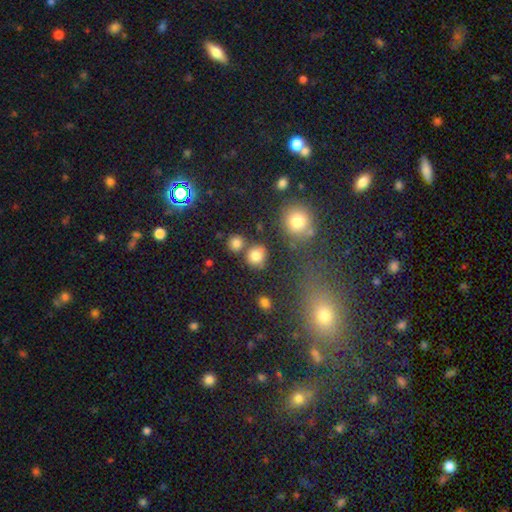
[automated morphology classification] smooth 80%, star or artifact 13%, featured or disk 7%. Down the decision tree: how rounded — round (82%); merging — none (70%).